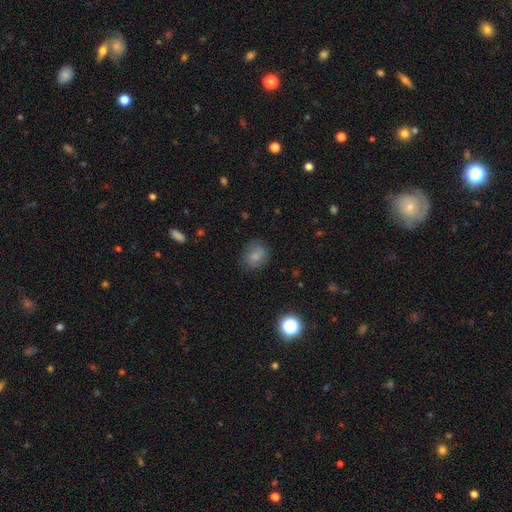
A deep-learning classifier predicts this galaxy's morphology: Overall: smooth (73%). How rounded: round (67%; in between 32%). Merging: none (71%).